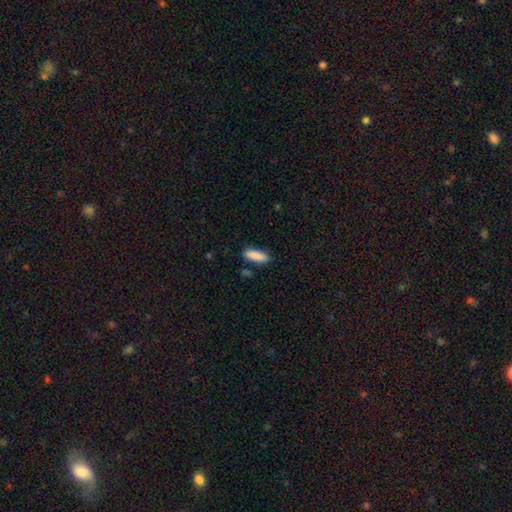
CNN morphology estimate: Smooth or featured? smooth (89%)
How rounded? in between (54%)
Merging? none (84%)